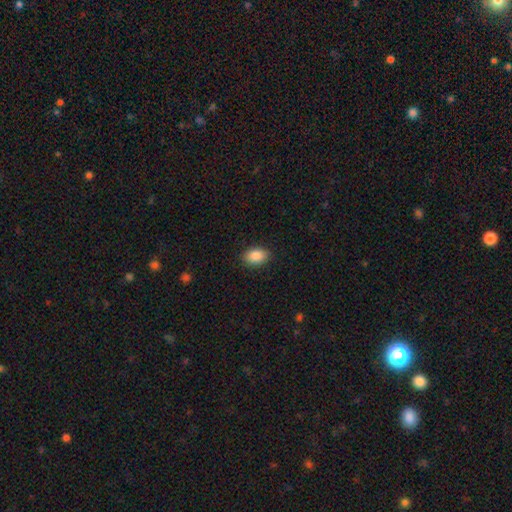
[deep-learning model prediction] Smooth or featured: smooth — 88% (star or artifact — 7%)
How rounded: in between — 85% (round — 14%)
Merging: none — 88% (minor disturbance — 9%)